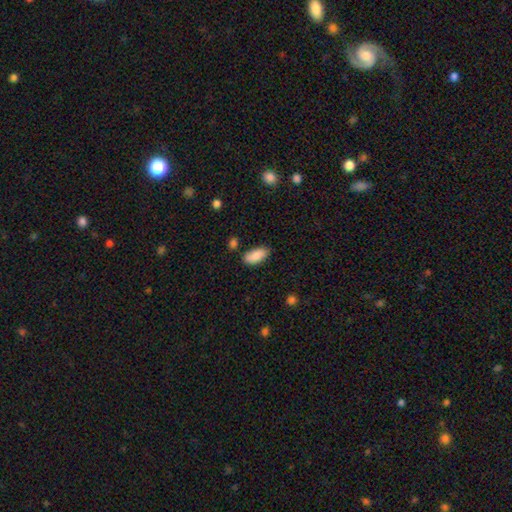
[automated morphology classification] A smooth galaxy with no disk features (87%) that is in between round and cigar-shaped (90%).

Vote fractions:
- Smooth or featured? smooth: 87% / star or artifact: 7% / featured or disk: 6%
- How rounded? in between: 90% / cigar-shaped: 7% / round: 2%
- Merging? none: 78% / minor disturbance: 15% / merger: 4% / major disturbance: 3%